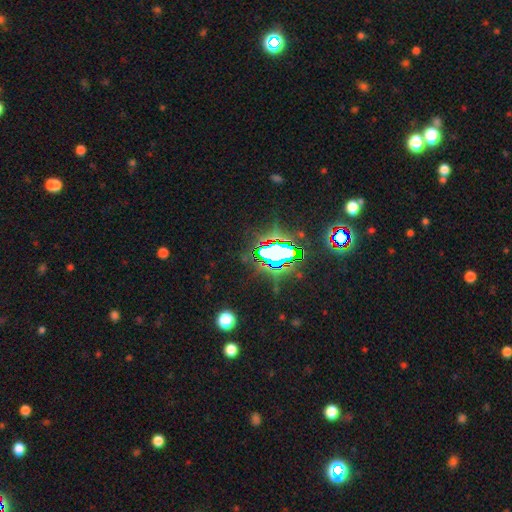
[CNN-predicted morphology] Overall: star or artifact (84%).